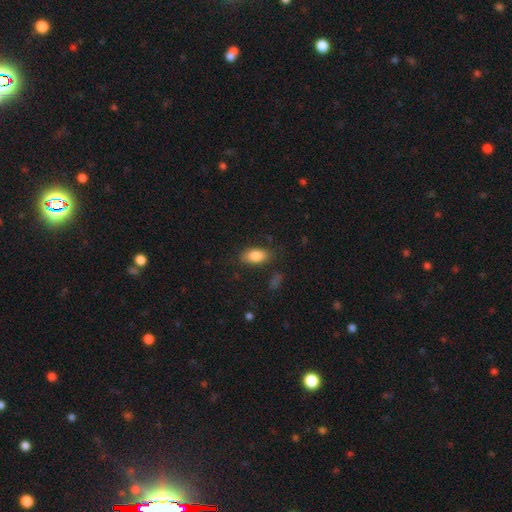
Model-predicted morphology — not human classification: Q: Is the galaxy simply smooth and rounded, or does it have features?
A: smooth — 85%.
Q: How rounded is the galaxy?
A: in between — 89%.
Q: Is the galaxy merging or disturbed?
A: none — 81%.